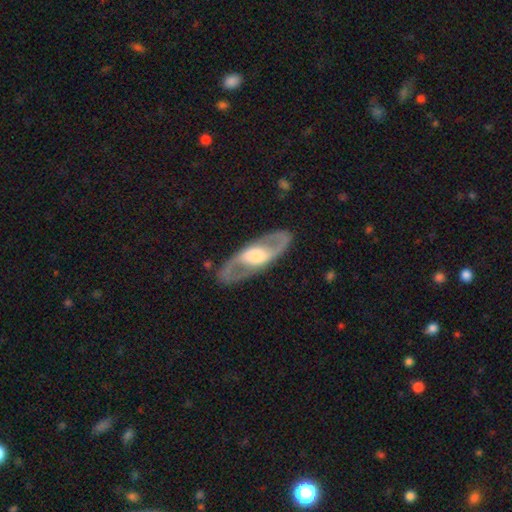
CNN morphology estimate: smooth_or_featured: featured or disk (p=0.84) [alt: smooth p=0.12]
disk_edge_on: no (p=0.88) [alt: yes p=0.12]
bar: no (p=0.44) [alt: weak p=0.35]
has_spiral_arms: yes (p=0.84) [alt: no p=0.16]
spiral_winding: medium (p=0.54) [alt: loose p=0.28]
spiral_arm_count: 2 (p=0.92) [alt: can't tell p=0.04]
bulge_size: large (p=0.44) [alt: moderate p=0.42]
merging: none (p=0.87) [alt: minor disturbance p=0.09]